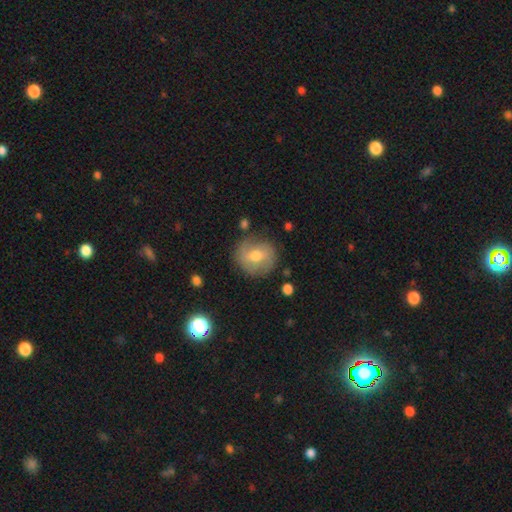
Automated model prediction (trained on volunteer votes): This appears to be a smooth galaxy with no disk features (53%) that is round (83%). Merging: none (77%).